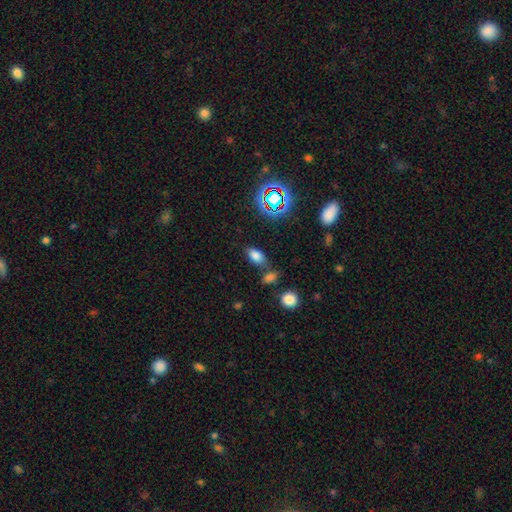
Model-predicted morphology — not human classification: smooth_or_featured: smooth (p=0.76) [alt: star or artifact p=0.17]
how_rounded: in between (p=0.89) [alt: round p=0.08]
merging: none (p=0.67) [alt: merger p=0.16]